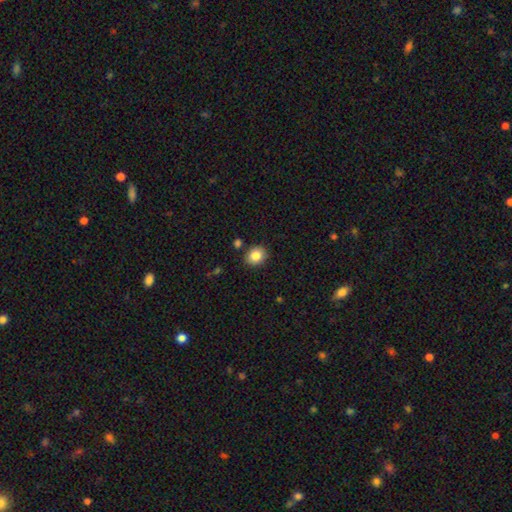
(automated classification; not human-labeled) Smooth or featured?
  - smooth: 85% *
  - star or artifact: 9%
  - featured or disk: 6%
How rounded?
  - round: 67% *
  - in between: 33%
  - cigar-shaped: 1%
Merging?
  - none: 85% *
  - minor disturbance: 9%
  - merger: 4%
  - major disturbance: 2%